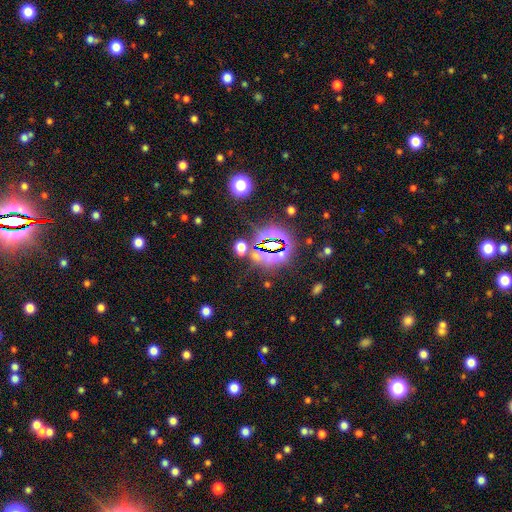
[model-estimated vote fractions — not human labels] The model was most divided on "smooth or featured": star or artifact: 59%, smooth: 33%, featured or disk: 8%.